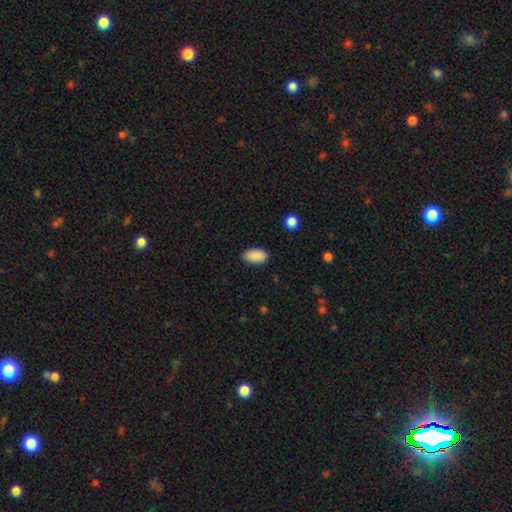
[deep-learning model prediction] A smooth galaxy with no disk features (90%) that is in between round and cigar-shaped (94%). Merging: none (87%).